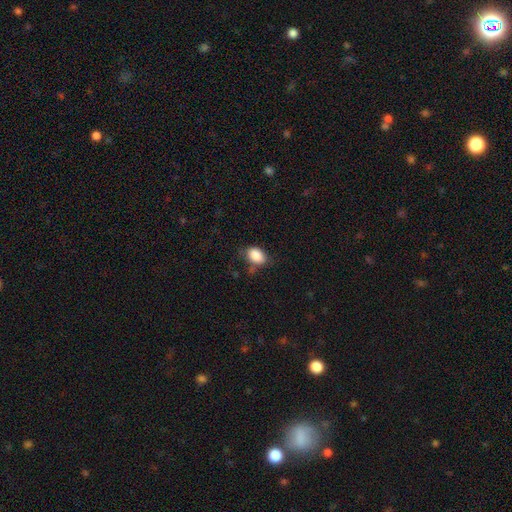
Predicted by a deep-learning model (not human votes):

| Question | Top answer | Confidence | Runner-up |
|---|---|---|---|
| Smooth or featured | smooth | 87% | star or artifact (8%) |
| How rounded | in between | 79% | round (20%) |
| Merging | none | 66% | minor disturbance (24%) |